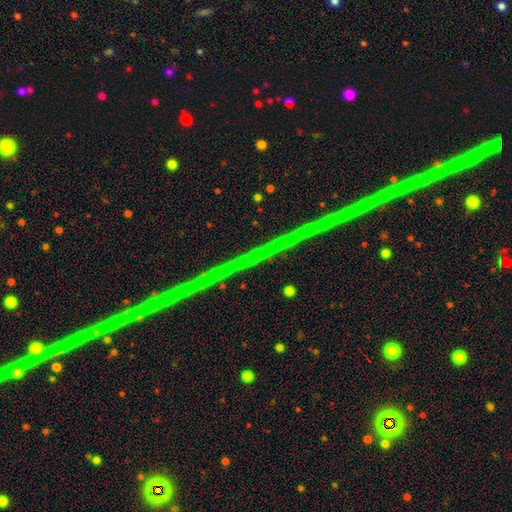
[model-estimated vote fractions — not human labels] Overall: star or artifact (85%).